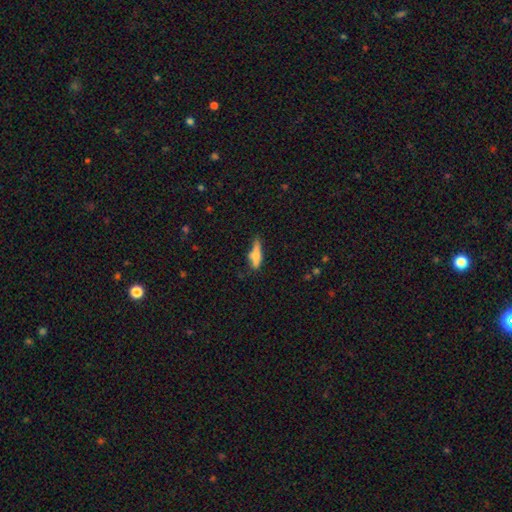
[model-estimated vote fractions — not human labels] This appears to be a smooth galaxy with no disk features (64%) that is cigar-shaped (64%). Merging: none (48%).